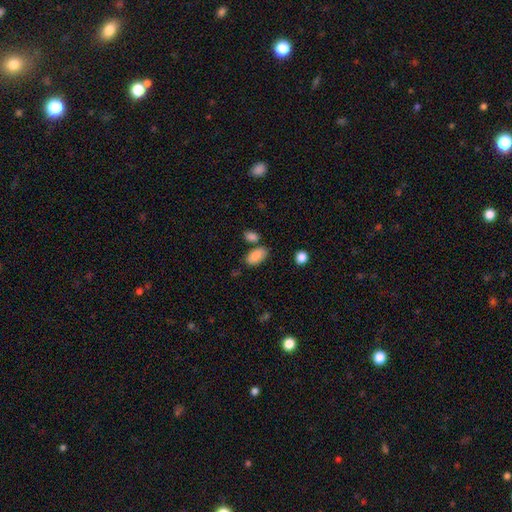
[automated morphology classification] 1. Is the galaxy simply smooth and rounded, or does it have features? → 86% smooth, 7% star or artifact, 7% featured or disk.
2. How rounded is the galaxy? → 94% in between, 4% round, 3% cigar-shaped.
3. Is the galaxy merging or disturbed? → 74% none, 12% minor disturbance, 10% merger, 3% major disturbance.